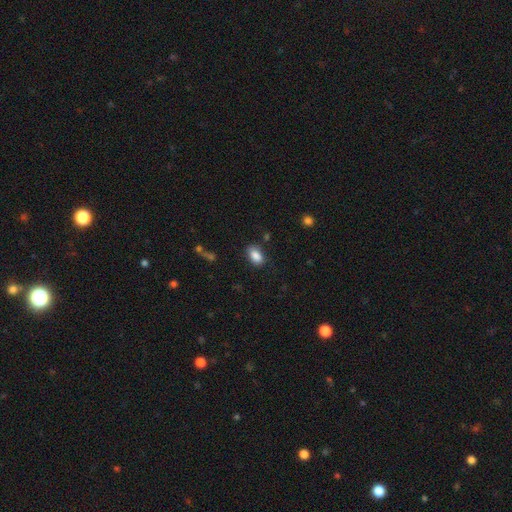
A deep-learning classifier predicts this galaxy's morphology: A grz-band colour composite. It shows a smooth galaxy with no disk features (87%) that is in between round and cigar-shaped (90%). Merging: none (80%).